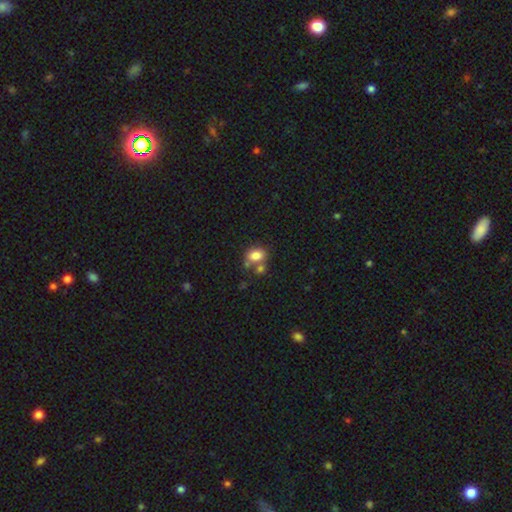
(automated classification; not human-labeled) Morphology: type=smooth (80%); roundness=in between (64%); merging=none (52%).